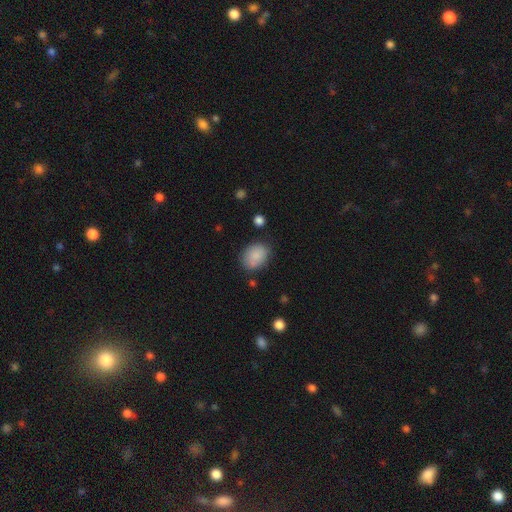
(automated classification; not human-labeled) Overall: smooth (85%). How rounded: in between (68%; round 31%). Merging: none (72%).